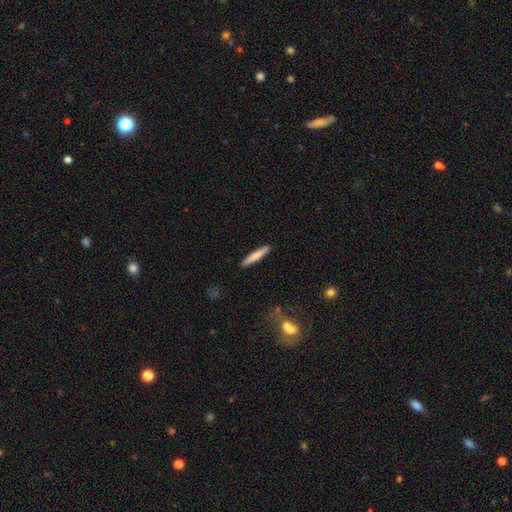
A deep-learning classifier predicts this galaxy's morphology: smooth 73%, featured or disk 21%, star or artifact 6%. Down the decision tree: how rounded — cigar-shaped (93%); merging — none (91%).